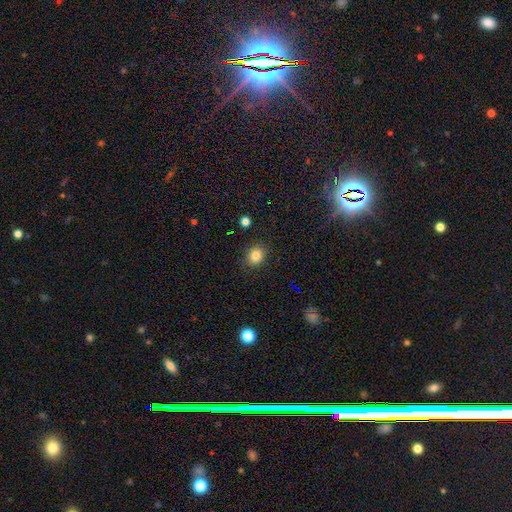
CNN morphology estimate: A smooth galaxy with no disk features (83%) that is round (71%). Merging: none (87%).